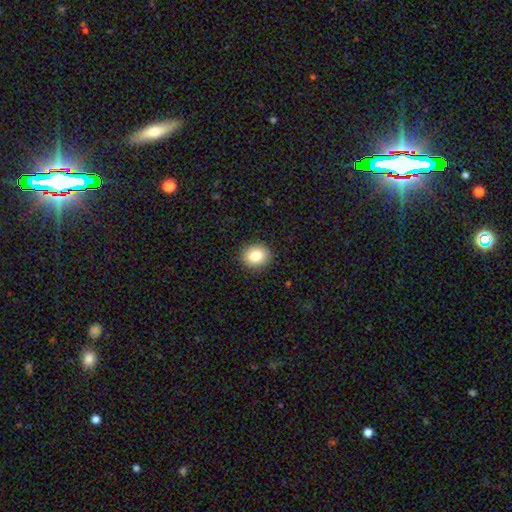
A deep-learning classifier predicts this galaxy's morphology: The model was most divided on "how rounded": round: 71%, in between: 28%, cigar-shaped: 1%. More confident: merging — none (91%); smooth or featured — smooth (82%).